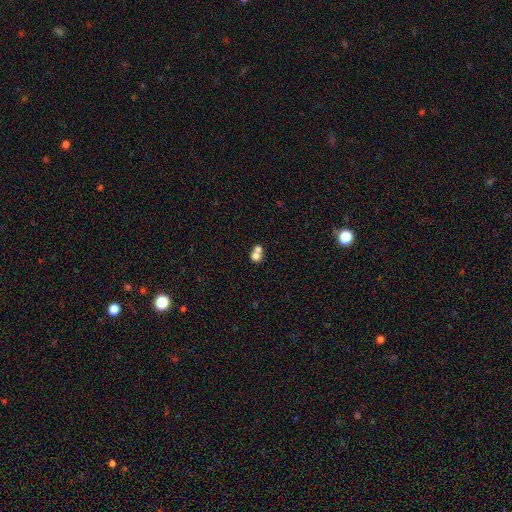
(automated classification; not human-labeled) Smooth or featured?
  - smooth: 73% *
  - featured or disk: 17%
  - star or artifact: 11%
How rounded?
  - round: 75% *
  - in between: 24%
  - cigar-shaped: 1%
Merging?
  - merger: 64% *
  - none: 28%
  - minor disturbance: 5%
  - major disturbance: 3%